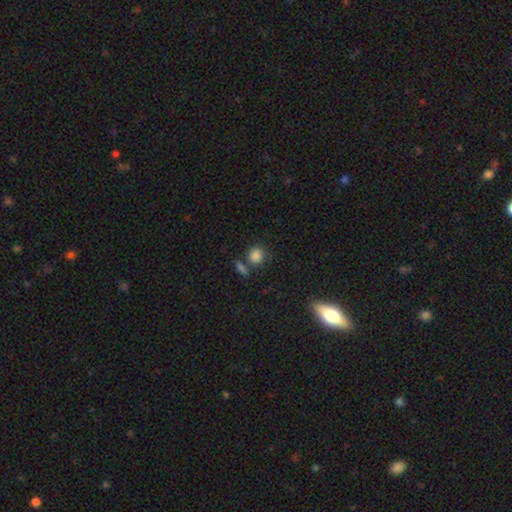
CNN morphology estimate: smooth 85%, star or artifact 11%, featured or disk 5%. Down the decision tree: how rounded — round (81%); merging — none (65%).